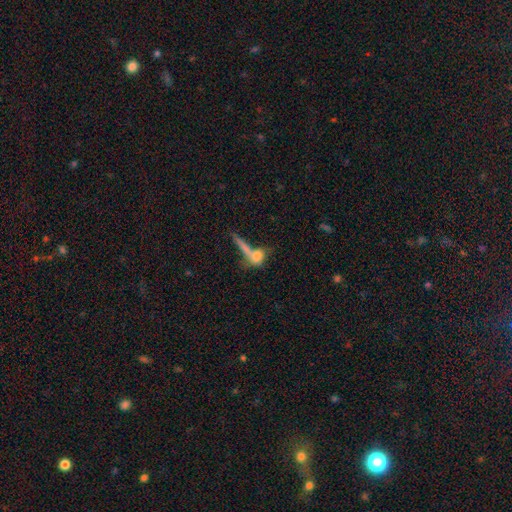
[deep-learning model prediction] Q: Smooth or featured?
A: smooth (44%); runner-up: featured or disk (36%)
Q: Merging?
A: none (38%); runner-up: merger (36%)